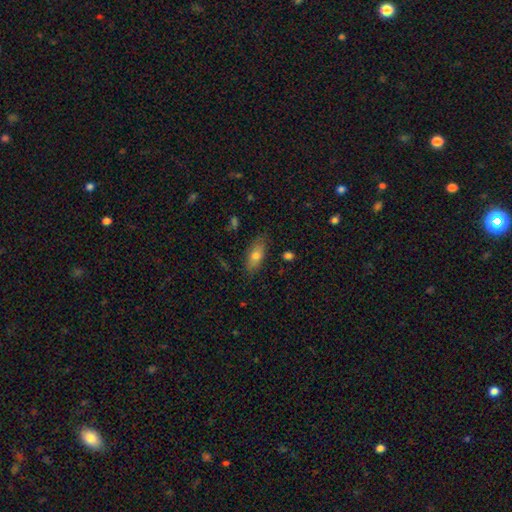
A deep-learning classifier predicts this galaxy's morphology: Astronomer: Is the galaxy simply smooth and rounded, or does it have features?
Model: smooth — 73%.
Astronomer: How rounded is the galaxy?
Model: in between — 81%.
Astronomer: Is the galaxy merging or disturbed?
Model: none — 80%.